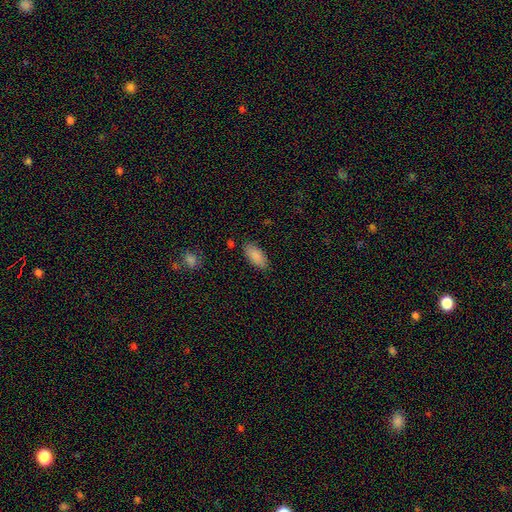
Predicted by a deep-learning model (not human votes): smooth_or_featured: smooth (p=0.88) [alt: star or artifact p=0.07]
how_rounded: in between (p=0.88) [alt: cigar-shaped p=0.10]
merging: none (p=0.84) [alt: minor disturbance p=0.12]